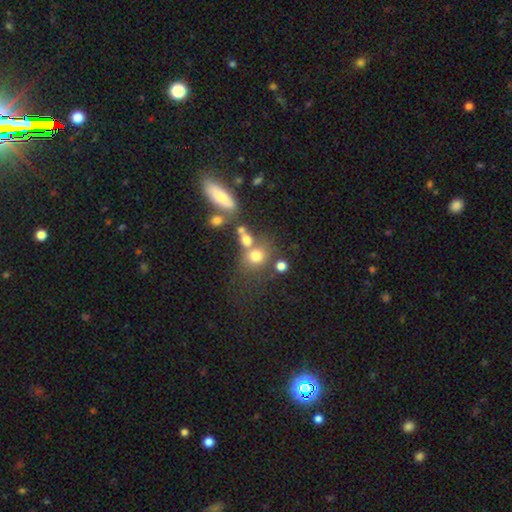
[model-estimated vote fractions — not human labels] Smooth or featured? Predicted: smooth (p=0.70). How rounded? Predicted: round (p=0.71). Merging? Predicted: none (p=0.47).